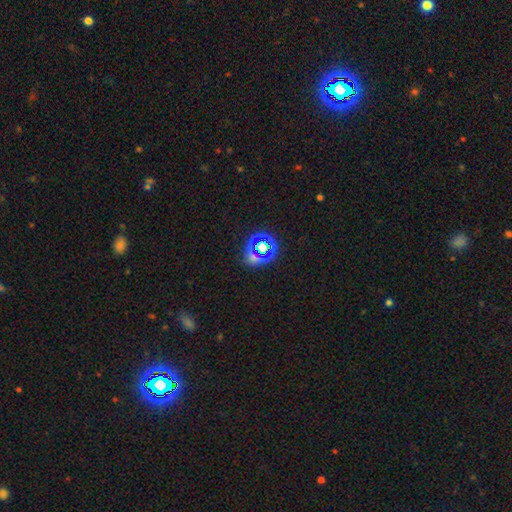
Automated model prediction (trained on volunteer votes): This is possibly a star or artifact rather than a galaxy (55%).